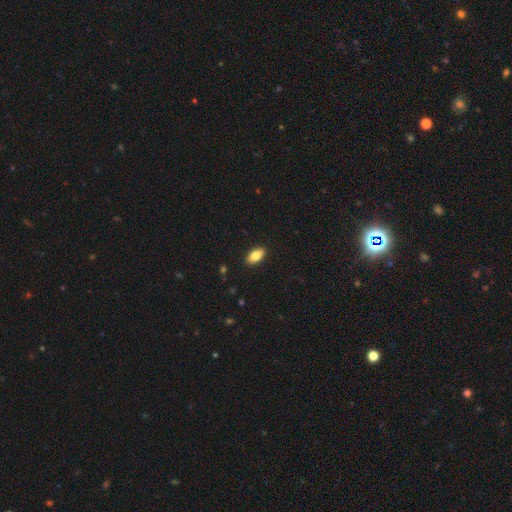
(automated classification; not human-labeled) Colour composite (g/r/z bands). It shows a smooth galaxy with no disk features (83%) that is in between round and cigar-shaped (92%). Merging: none (90%).